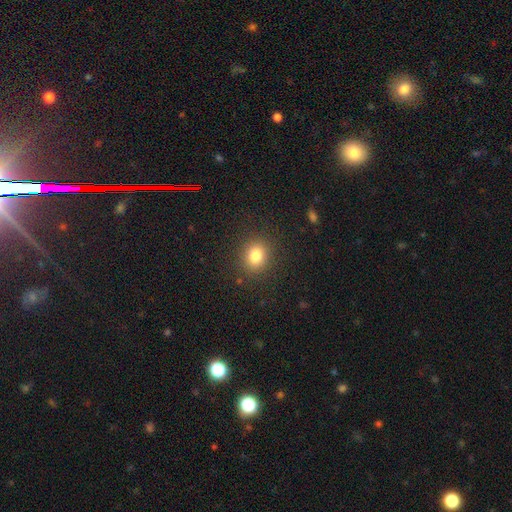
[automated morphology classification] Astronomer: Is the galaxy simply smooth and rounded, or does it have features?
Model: smooth — 81%.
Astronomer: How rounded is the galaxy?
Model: round — 70%.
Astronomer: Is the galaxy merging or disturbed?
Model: none — 88%.